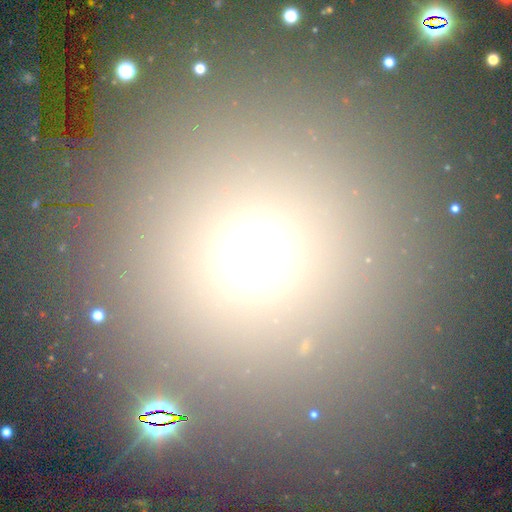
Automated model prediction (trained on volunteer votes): The model was most divided on "smooth or featured": smooth: 59%, star or artifact: 27%, featured or disk: 15%. More confident: merging — none (82%); how rounded — round (75%).